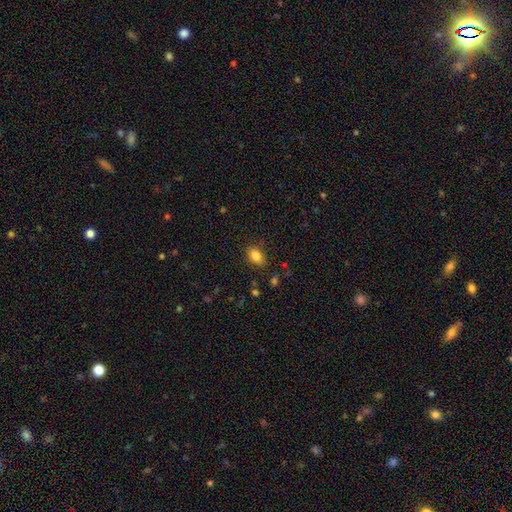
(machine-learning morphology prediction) A smooth galaxy with no disk features (84%) that is in between round and cigar-shaped (85%). Merging: none (84%).